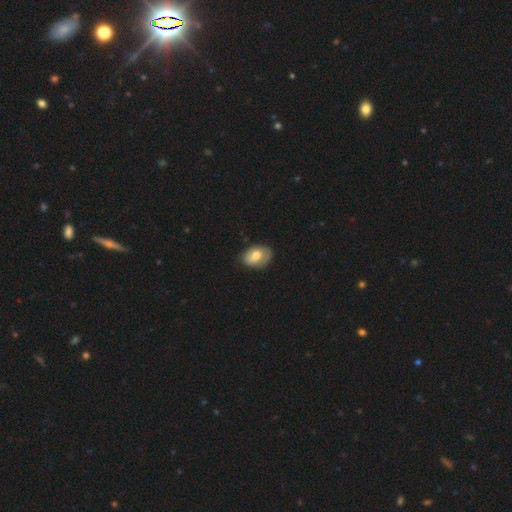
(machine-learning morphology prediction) A smooth galaxy with no disk features (71%) that is in between round and cigar-shaped (83%).

Vote fractions:
- Smooth or featured? smooth: 71% / featured or disk: 22% / star or artifact: 7%
- How rounded? in between: 83% / round: 16% / cigar-shaped: 1%
- Merging? none: 67% / minor disturbance: 25% / major disturbance: 6% / merger: 1%